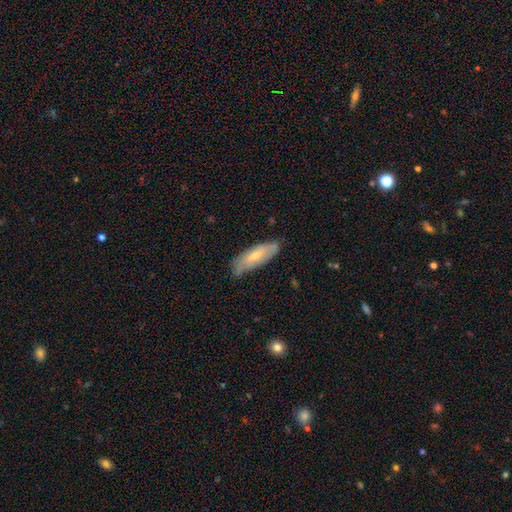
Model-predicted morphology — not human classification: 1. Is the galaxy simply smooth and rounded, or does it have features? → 61% smooth, 34% featured or disk, 6% star or artifact.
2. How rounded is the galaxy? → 58% in between, 40% cigar-shaped, 2% round.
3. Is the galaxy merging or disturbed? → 71% none, 23% minor disturbance, 4% major disturbance, 2% merger.